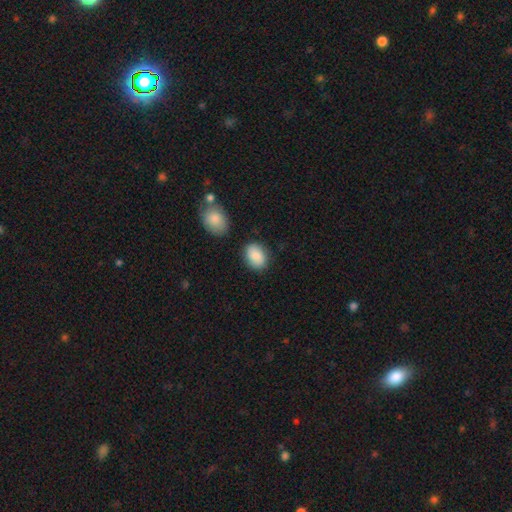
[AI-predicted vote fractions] Smooth or featured: smooth — 87% (star or artifact — 7%)
How rounded: in between — 76% (round — 23%)
Merging: none — 78% (minor disturbance — 14%)